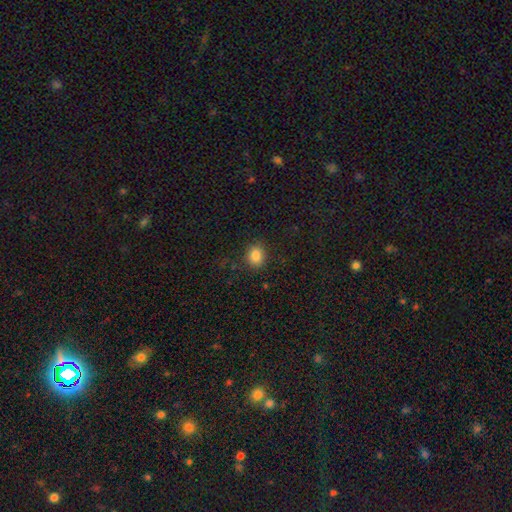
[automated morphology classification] Smooth or featured?
  - smooth: 85% *
  - star or artifact: 11%
  - featured or disk: 5%
How rounded?
  - round: 54% *
  - in between: 45%
  - cigar-shaped: 1%
Merging?
  - none: 86% *
  - minor disturbance: 9%
  - major disturbance: 3%
  - merger: 1%